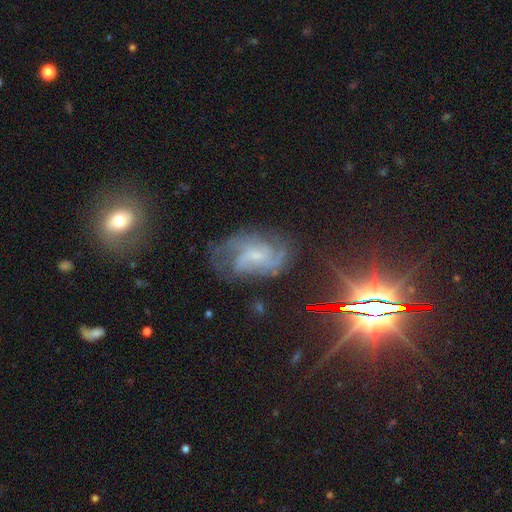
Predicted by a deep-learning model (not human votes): Q: Smooth or featured?
A: featured or disk (73%); runner-up: star or artifact (14%)
Q: Edge-on disk?
A: no (96%); runner-up: yes (4%)
Q: Bar?
A: no (56%); runner-up: weak (36%)
Q: Spiral arms?
A: yes (92%); runner-up: no (8%)
Q: Spiral winding?
A: medium (46%); runner-up: tight (32%)
Q: Spiral arm count?
A: can't tell (30%); runner-up: 2 (26%)
Q: Bulge size?
A: small (59%); runner-up: moderate (22%)
Q: Merging?
A: none (59%); runner-up: minor disturbance (22%)